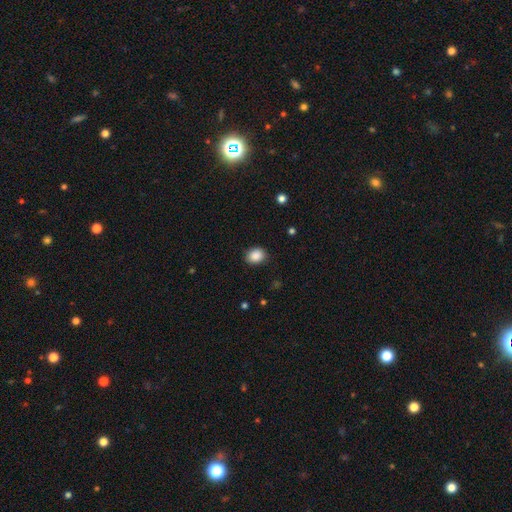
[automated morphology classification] smooth_or_featured: smooth (p=0.88) [alt: star or artifact p=0.08]
how_rounded: in between (p=0.51) [alt: round p=0.48]
merging: none (p=0.86) [alt: minor disturbance p=0.11]